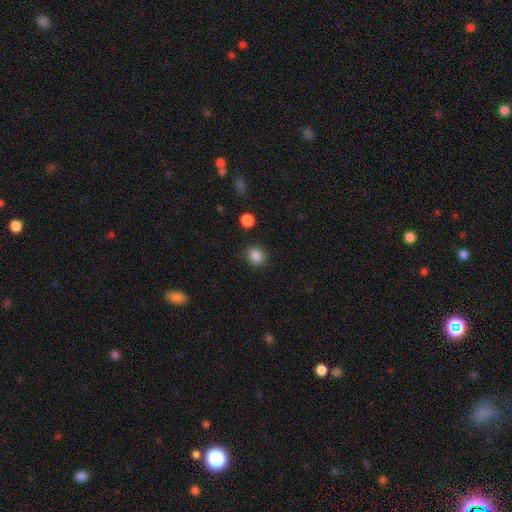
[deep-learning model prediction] Smooth or featured?
  - smooth: 86% *
  - star or artifact: 10%
  - featured or disk: 3%
How rounded?
  - round: 71% *
  - in between: 28%
  - cigar-shaped: 1%
Merging?
  - none: 88% *
  - minor disturbance: 7%
  - major disturbance: 3%
  - merger: 2%